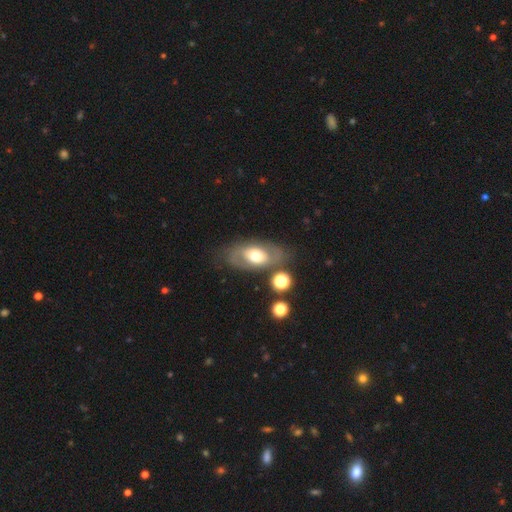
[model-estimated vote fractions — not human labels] Smooth or featured? Predicted: featured or disk (p=0.56). Edge-on disk? Predicted: no (p=0.89). Bar? Predicted: no (p=0.74). Spiral arms? Predicted: no (p=0.57). Bulge size? Predicted: moderate (p=0.63). Merging? Predicted: none (p=0.72).